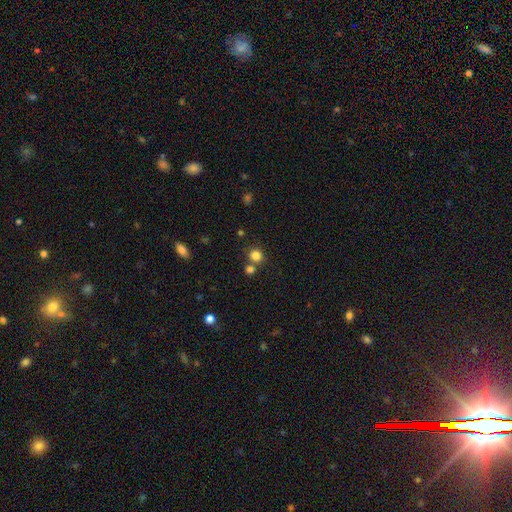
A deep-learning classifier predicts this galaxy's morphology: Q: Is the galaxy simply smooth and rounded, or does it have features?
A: smooth — 82%.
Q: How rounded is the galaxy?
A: round — 83%.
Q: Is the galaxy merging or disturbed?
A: none — 68%.